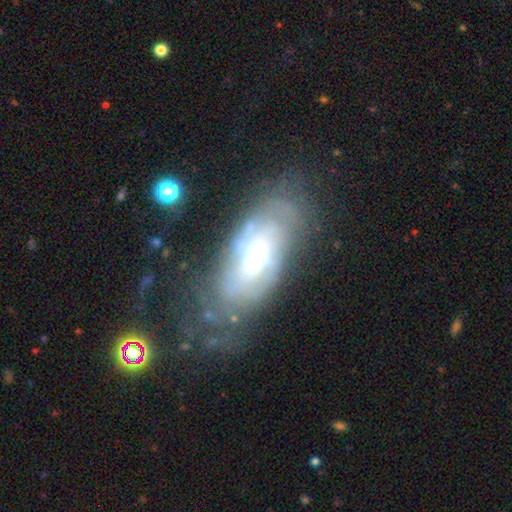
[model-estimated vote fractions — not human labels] This appears to be a featured or disk galaxy (75%) with no bar (55%), tight (66%) spiral arms (83%) and a moderate central bulge (64%). Merging: none (61%).